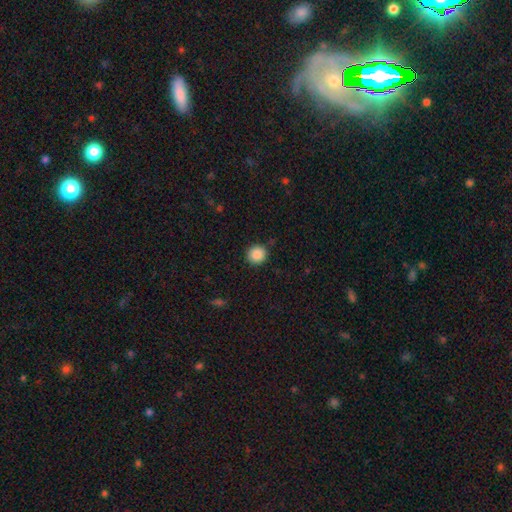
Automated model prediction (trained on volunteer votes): A smooth galaxy with no disk features (88%) that is round (94%). Merging: none (89%).